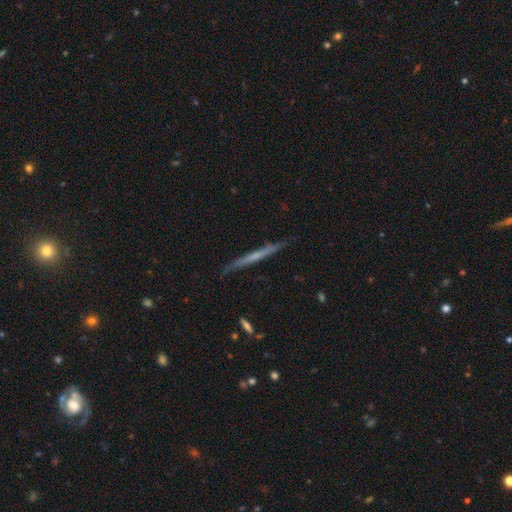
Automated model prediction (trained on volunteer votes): Smooth or featured: featured or disk — 55% (smooth — 39%)
Edge-on disk: yes — 96% (no — 4%)
Edge-on bulge: none — 81% (rounded — 13%)
Merging: none — 85% (minor disturbance — 11%)